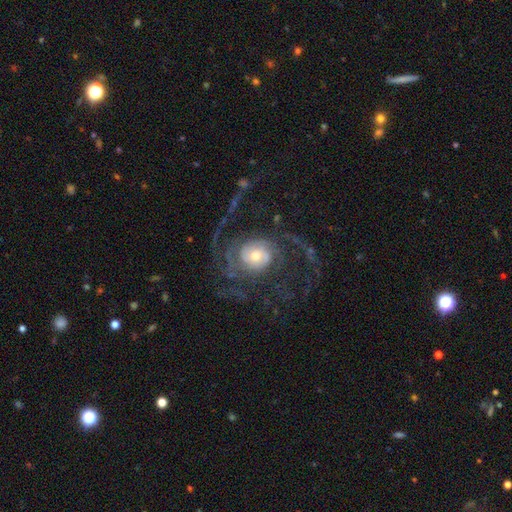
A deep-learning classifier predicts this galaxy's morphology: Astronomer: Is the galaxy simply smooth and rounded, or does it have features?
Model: featured or disk — 88%.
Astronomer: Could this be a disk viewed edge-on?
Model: no — 98%.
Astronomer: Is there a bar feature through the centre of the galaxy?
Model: no — 70%.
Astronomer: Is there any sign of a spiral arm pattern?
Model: yes — 96%.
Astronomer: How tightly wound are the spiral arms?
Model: medium — 41% (runner-up: loose, 32%).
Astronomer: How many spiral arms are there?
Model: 2 — 35% (runner-up: 3, 19%).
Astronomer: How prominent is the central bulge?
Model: moderate — 52% (runner-up: small, 29%).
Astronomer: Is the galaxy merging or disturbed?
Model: none — 56%.